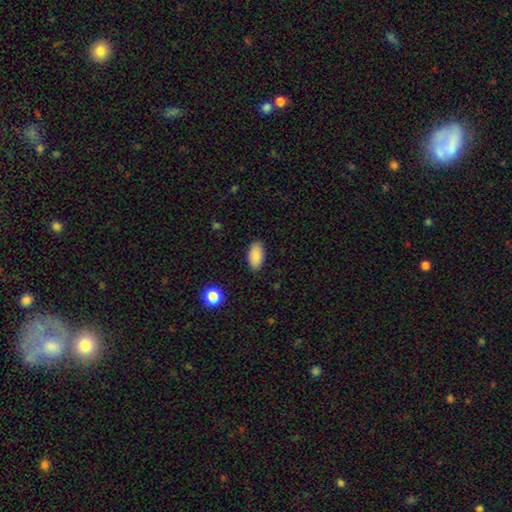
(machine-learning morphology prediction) A smooth galaxy with no disk features (88%) that is in between round and cigar-shaped (94%).

Vote fractions:
- Smooth or featured? smooth: 88% / star or artifact: 7% / featured or disk: 4%
- How rounded? in between: 94% / cigar-shaped: 3% / round: 3%
- Merging? none: 87% / minor disturbance: 9% / major disturbance: 2% / merger: 1%